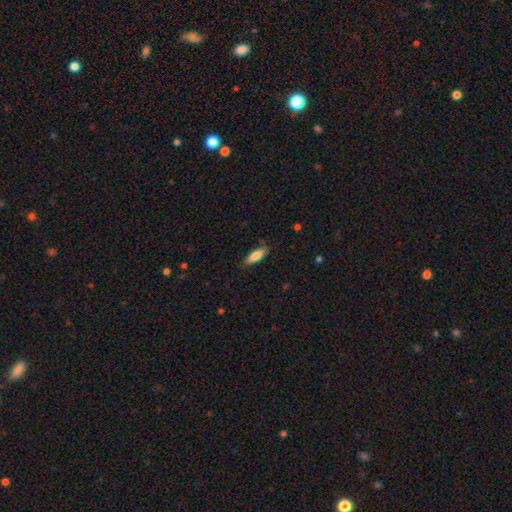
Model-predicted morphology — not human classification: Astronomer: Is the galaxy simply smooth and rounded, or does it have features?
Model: smooth — 82%.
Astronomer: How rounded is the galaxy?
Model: in between — 60% (runner-up: cigar-shaped, 38%).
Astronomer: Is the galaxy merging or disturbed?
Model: none — 82%.